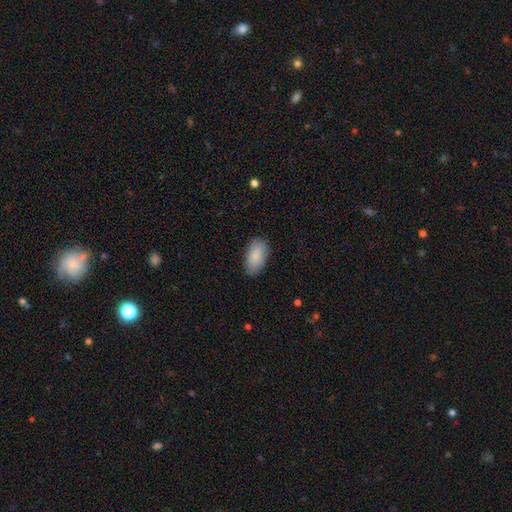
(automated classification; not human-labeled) Q: Smooth or featured?
A: smooth (89%); runner-up: star or artifact (6%)
Q: How rounded?
A: in between (95%); runner-up: round (3%)
Q: Merging?
A: none (85%); runner-up: minor disturbance (12%)